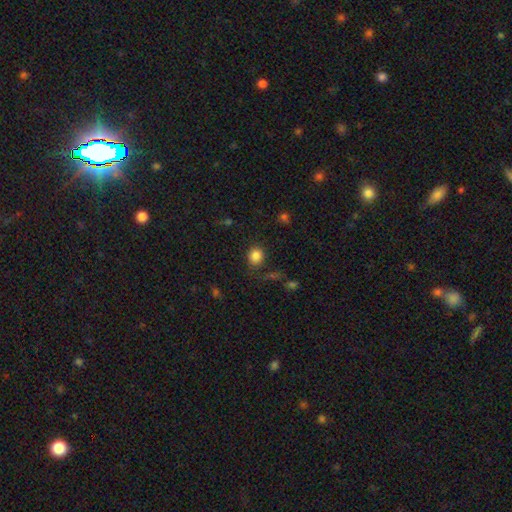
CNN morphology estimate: A smooth galaxy with no disk features (84%) that is round (77%). Merging: none (81%).